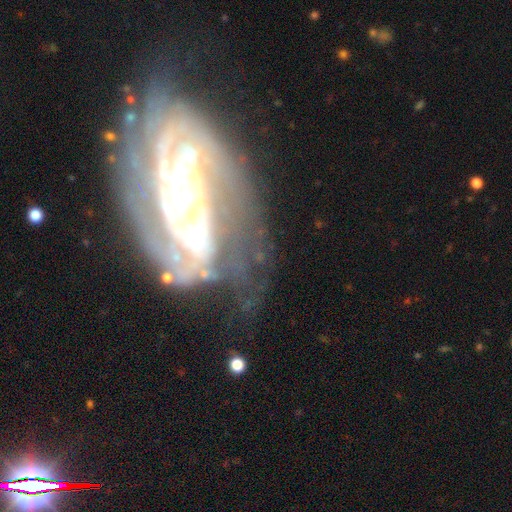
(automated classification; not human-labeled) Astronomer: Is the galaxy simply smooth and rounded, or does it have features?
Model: featured or disk — 87%.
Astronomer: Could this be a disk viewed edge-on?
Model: no — 94%.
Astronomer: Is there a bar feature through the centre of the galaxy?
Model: no — 45% (runner-up: weak, 27%).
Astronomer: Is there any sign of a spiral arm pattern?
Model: yes — 94%.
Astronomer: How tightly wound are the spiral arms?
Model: tight — 57% (runner-up: medium, 33%).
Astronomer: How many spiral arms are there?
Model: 2 — 40% (runner-up: can't tell, 23%).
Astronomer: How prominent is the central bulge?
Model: moderate — 46% (runner-up: large, 27%).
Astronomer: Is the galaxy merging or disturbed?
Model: none — 57%.